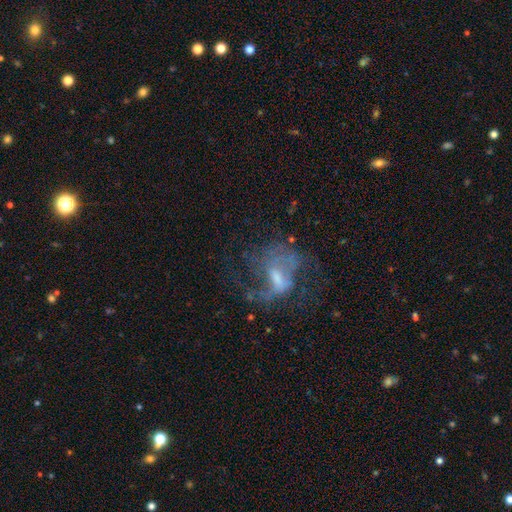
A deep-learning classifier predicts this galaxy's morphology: Smooth or featured? featured or disk (62%)
Edge-on disk? no (95%)
Bar? weak (45%)
Spiral arms? yes (76%)
Bulge size? small (42%)
Merging? none (60%)